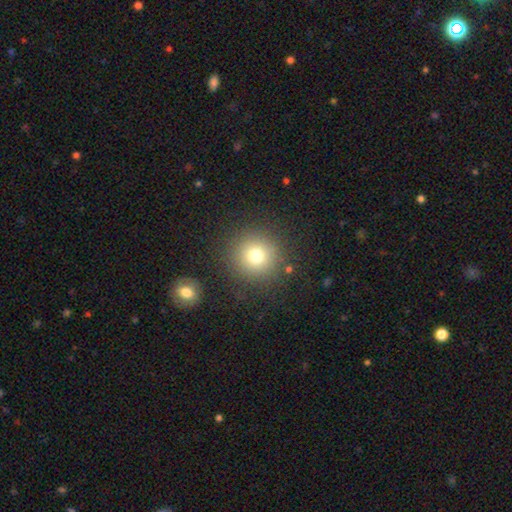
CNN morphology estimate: smooth-or-featured: smooth: 75% | star or artifact: 15% | featured or disk: 10%
  how-rounded: round: 95% | in between: 4% | cigar-shaped: 1%
  merging: none: 87% | minor disturbance: 7% | major disturbance: 4% | merger: 2%